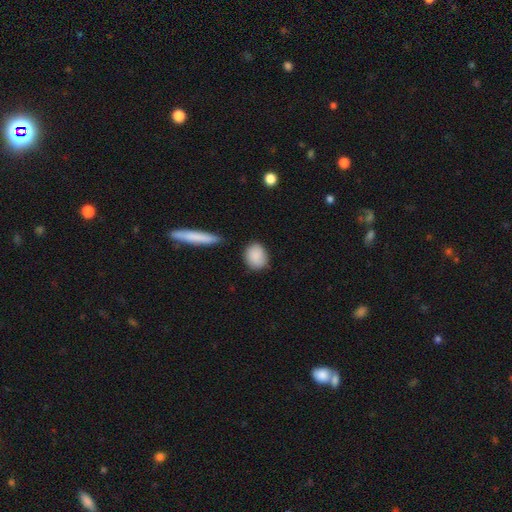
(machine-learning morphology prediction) This is clearly a smooth galaxy (88%). How rounded: possibly round (55%). Merging: likely none (79%).